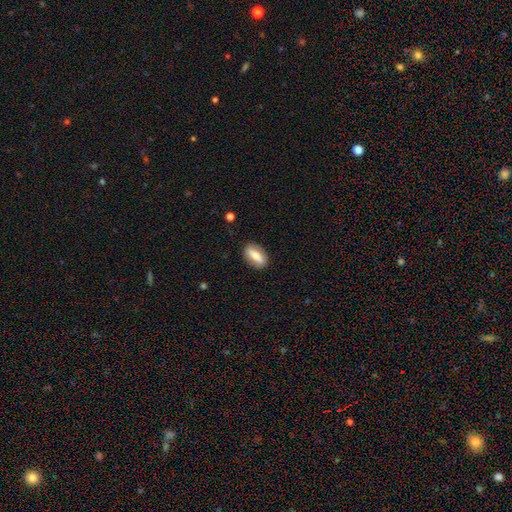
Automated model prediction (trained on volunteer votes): A smooth galaxy with no disk features (70%) that is in between round and cigar-shaped (80%). Merging: none (85%).